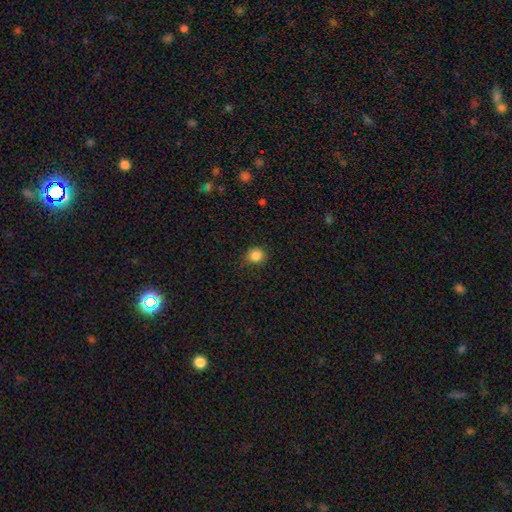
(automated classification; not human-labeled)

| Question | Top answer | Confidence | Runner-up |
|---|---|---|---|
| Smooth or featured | smooth | 85% | star or artifact (11%) |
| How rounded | round | 80% | in between (19%) |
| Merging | none | 84% | minor disturbance (12%) |